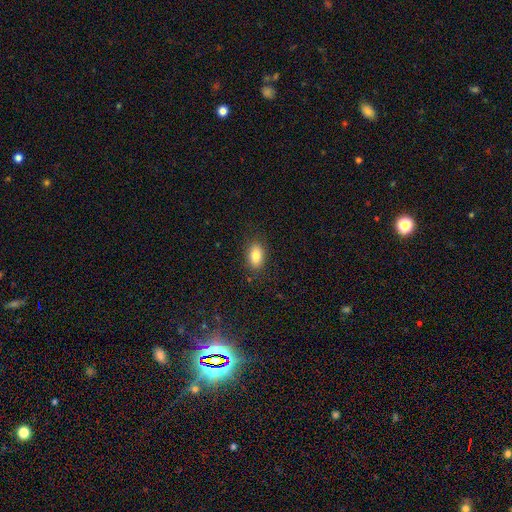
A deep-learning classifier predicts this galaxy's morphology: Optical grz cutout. It shows a smooth galaxy with no disk features (84%) that is in between round and cigar-shaped (88%). Merging: none (86%).